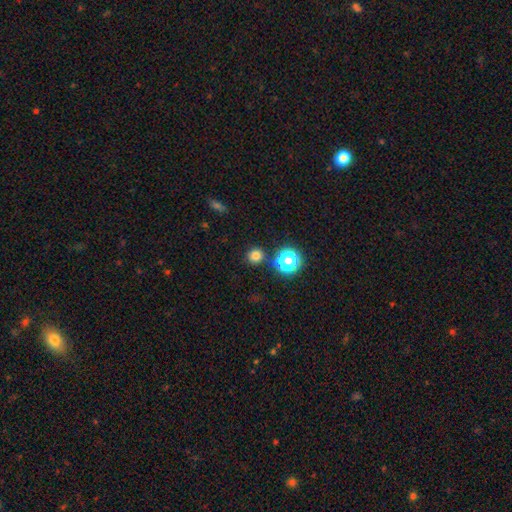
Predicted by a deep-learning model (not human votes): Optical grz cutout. It shows a smooth galaxy with no disk features (77%) that is round (92%). Merging: none (85%).